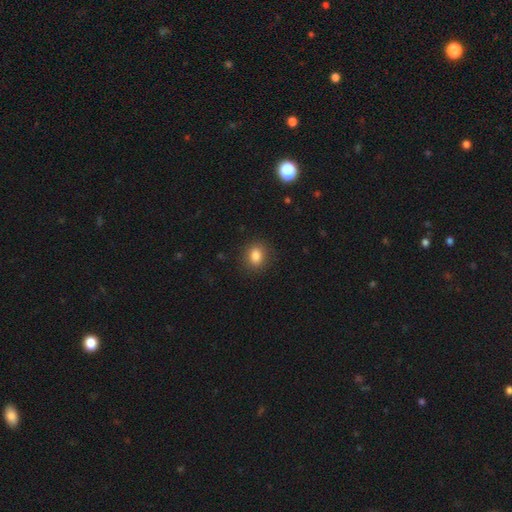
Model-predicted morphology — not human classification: smooth_or_featured: smooth (p=0.84) [alt: star or artifact p=0.10]
how_rounded: round (p=0.53) [alt: in between p=0.46]
merging: none (p=0.87) [alt: minor disturbance p=0.09]